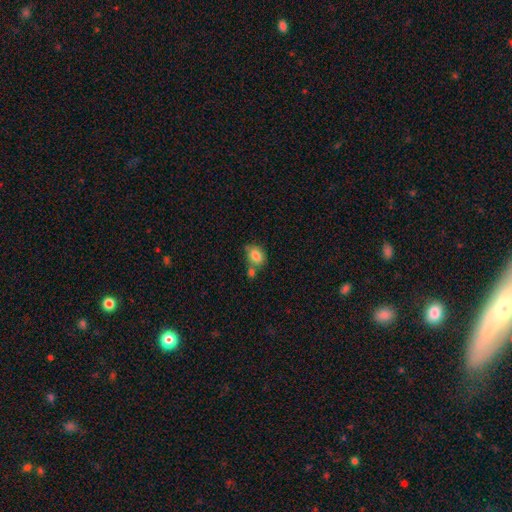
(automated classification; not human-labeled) A smooth galaxy with no disk features (83%) that is in between round and cigar-shaped (57%). Merging: none (51%).